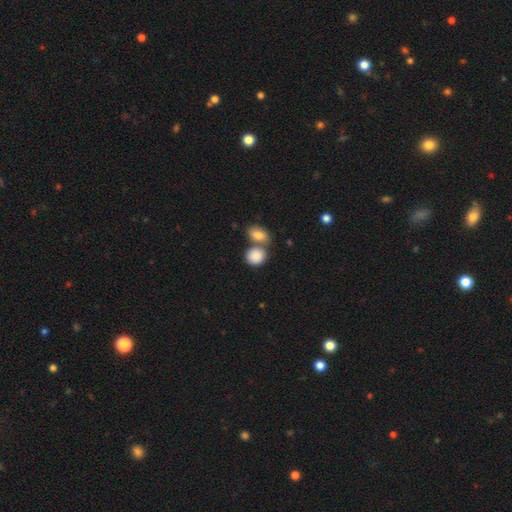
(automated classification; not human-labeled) Smooth or featured?
  - smooth: 87% *
  - star or artifact: 7%
  - featured or disk: 6%
How rounded?
  - round: 62% *
  - in between: 37%
  - cigar-shaped: 1%
Merging?
  - merger: 43% * (tied)
  - none: 43% * (tied)
  - minor disturbance: 10%
  - major disturbance: 4%